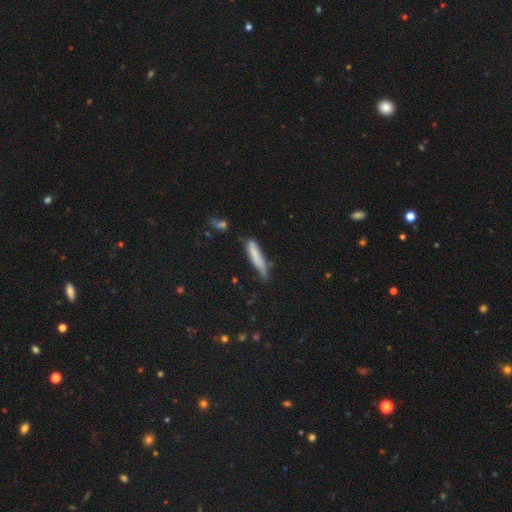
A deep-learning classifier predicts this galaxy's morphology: type=smooth (75%); roundness=cigar-shaped (87%); merging=none (53%).